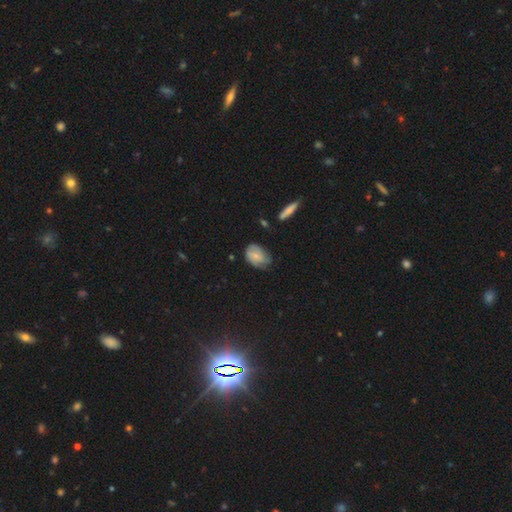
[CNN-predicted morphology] A smooth galaxy with no disk features (51%) that is in between round and cigar-shaped (80%). Merging: none (52%).